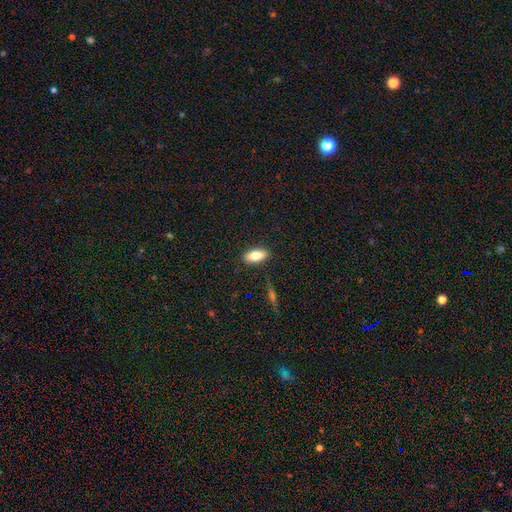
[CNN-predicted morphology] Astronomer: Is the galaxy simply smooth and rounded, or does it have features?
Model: smooth — 76%.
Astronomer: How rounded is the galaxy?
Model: in between — 88%.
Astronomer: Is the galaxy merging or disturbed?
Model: none — 87%.